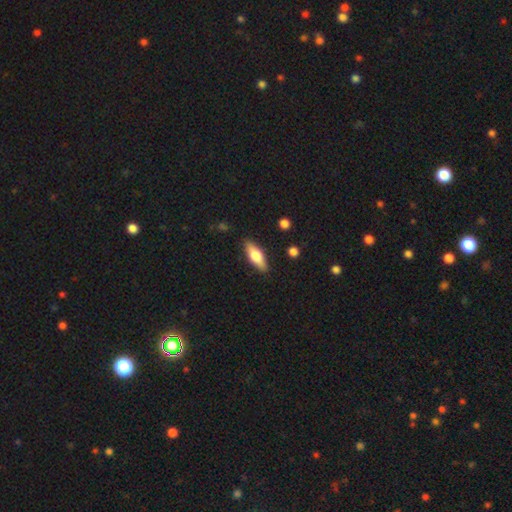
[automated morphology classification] A smooth galaxy with no disk features (62%) that is in between round and cigar-shaped (63%).

Vote fractions:
- Smooth or featured? smooth: 62% / featured or disk: 32% / star or artifact: 6%
- How rounded? in between: 63% / cigar-shaped: 34% / round: 3%
- Merging? none: 88% / minor disturbance: 9% / major disturbance: 2% / merger: 1%